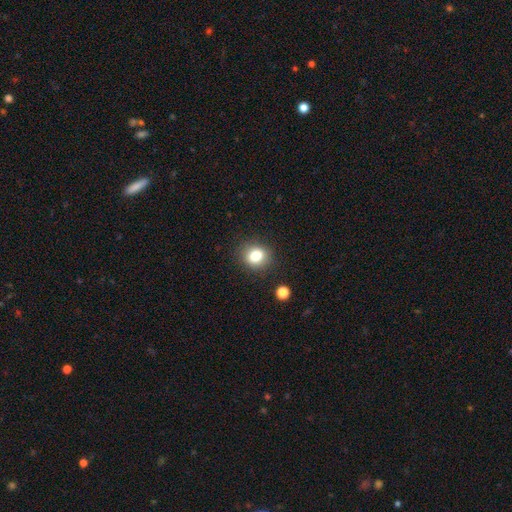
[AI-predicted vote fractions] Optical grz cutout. It shows a smooth galaxy with no disk features (81%) that is round (72%). Merging: none (87%).